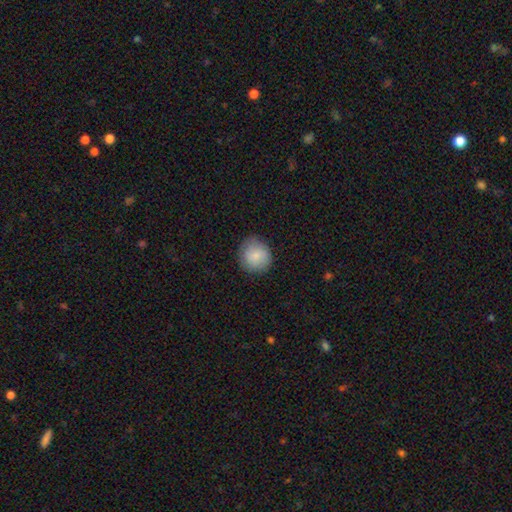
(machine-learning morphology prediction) This appears to be a smooth galaxy with no disk features (83%) that is round (88%). Merging: none (82%).